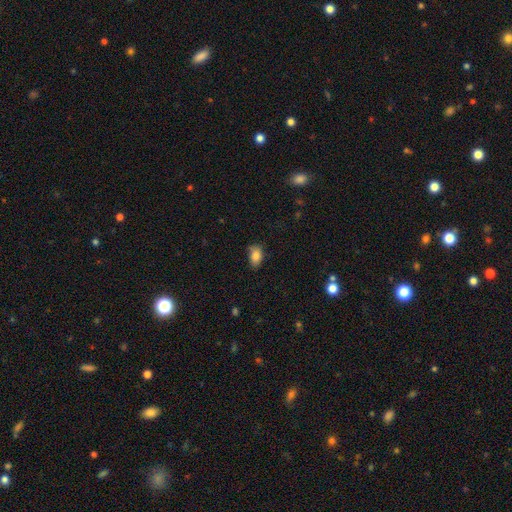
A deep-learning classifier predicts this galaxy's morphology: Q: Smooth or featured?
A: smooth (85%); runner-up: star or artifact (8%)
Q: How rounded?
A: in between (87%); runner-up: round (11%)
Q: Merging?
A: none (72%); runner-up: minor disturbance (22%)